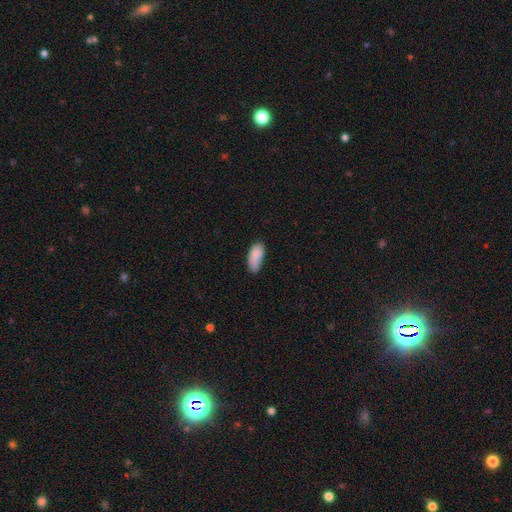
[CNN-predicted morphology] This is clearly a smooth galaxy (87%). How rounded: clearly in between (88%). Merging: likely none (61%).